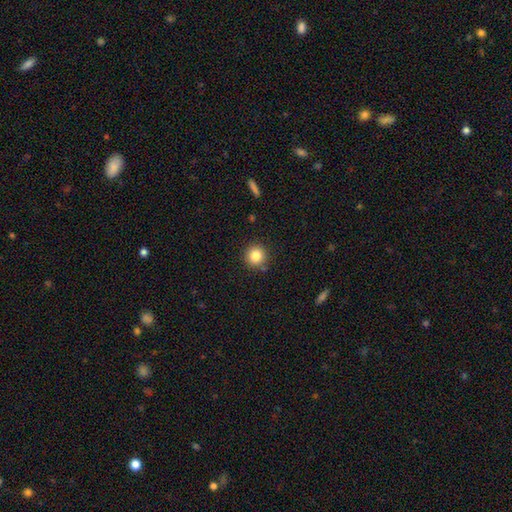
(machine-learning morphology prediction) A smooth galaxy with no disk features (83%) that is round (94%). Merging: none (87%).